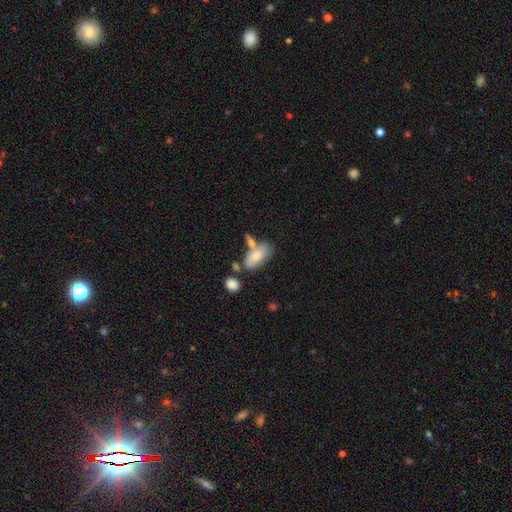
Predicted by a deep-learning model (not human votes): smooth-or-featured: smooth: 77% | featured or disk: 16% | star or artifact: 7%
  how-rounded: in between: 88% | cigar-shaped: 9% | round: 3%
  merging: none: 48% | merger: 24% | minor disturbance: 20% | major disturbance: 8%